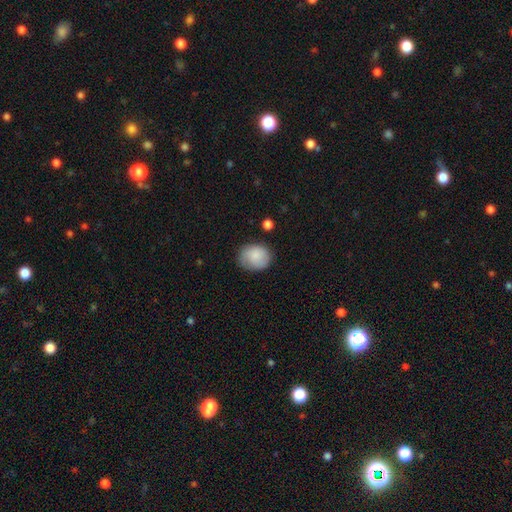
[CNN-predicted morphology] smooth 81%, featured or disk 12%, star or artifact 7%. Down the decision tree: how rounded — round (56%); merging — none (71%).